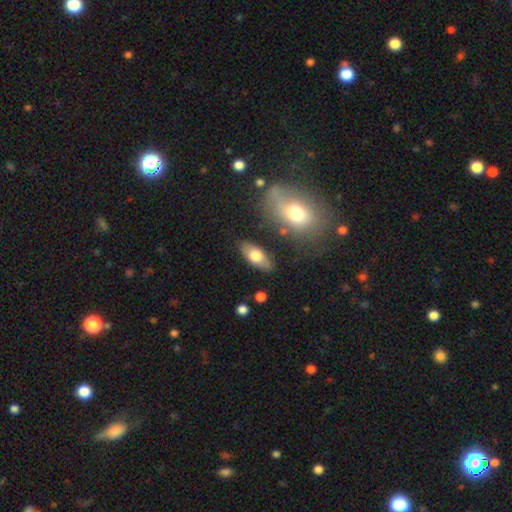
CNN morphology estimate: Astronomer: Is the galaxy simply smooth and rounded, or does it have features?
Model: smooth — 70%.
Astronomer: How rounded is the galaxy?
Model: in between — 83%.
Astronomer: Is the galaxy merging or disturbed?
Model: none — 82%.